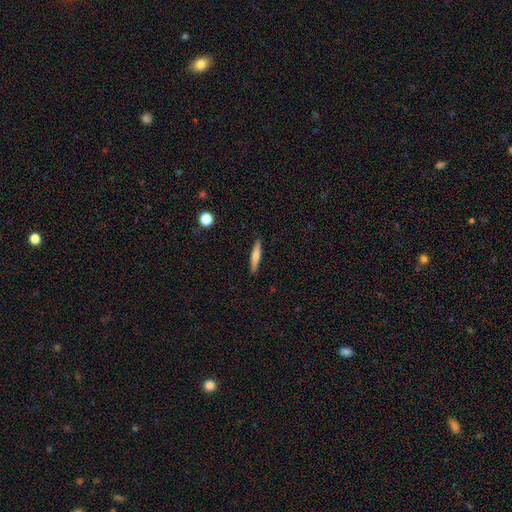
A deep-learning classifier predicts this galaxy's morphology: Overall: smooth (69%). How rounded: cigar-shaped (92%). Merging: none (90%).